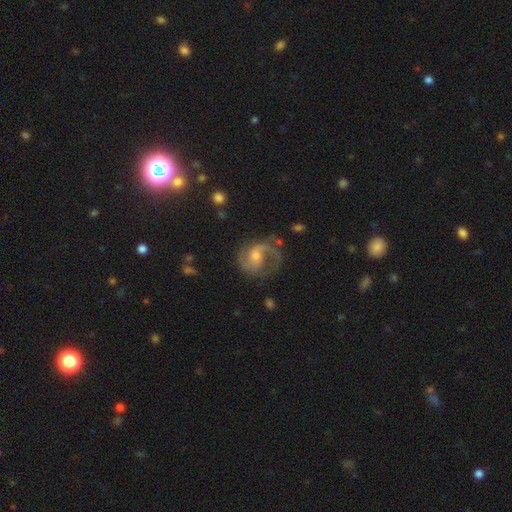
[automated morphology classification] This appears to be a featured or disk galaxy (85%) with a weak bar (45%), 2 (80%) medium (56%) spiral arms (96%) and a moderate central bulge (48%). Merging: none (64%).